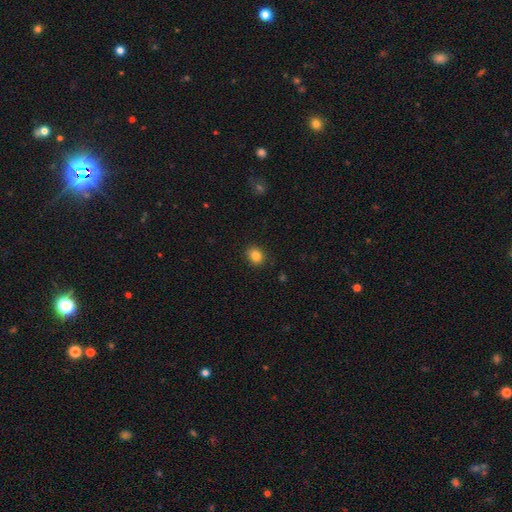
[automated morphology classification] smooth 85%, star or artifact 10%, featured or disk 5%. Down the decision tree: how rounded — round (64%); merging — none (88%).